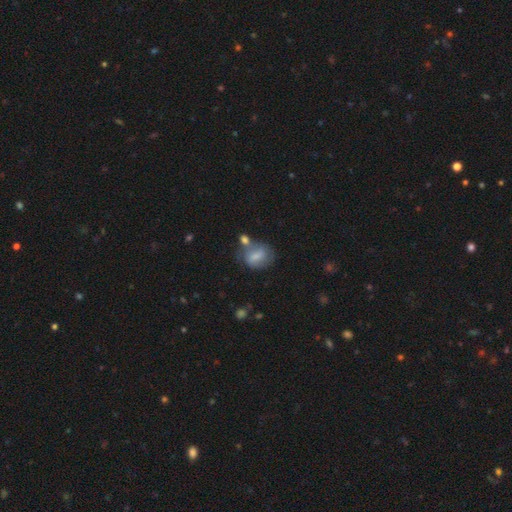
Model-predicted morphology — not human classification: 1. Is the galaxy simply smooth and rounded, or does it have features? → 62% smooth, 29% featured or disk, 9% star or artifact.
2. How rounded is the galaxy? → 60% in between, 37% round, 3% cigar-shaped.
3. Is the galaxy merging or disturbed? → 44% none, 24% merger, 21% minor disturbance, 11% major disturbance.